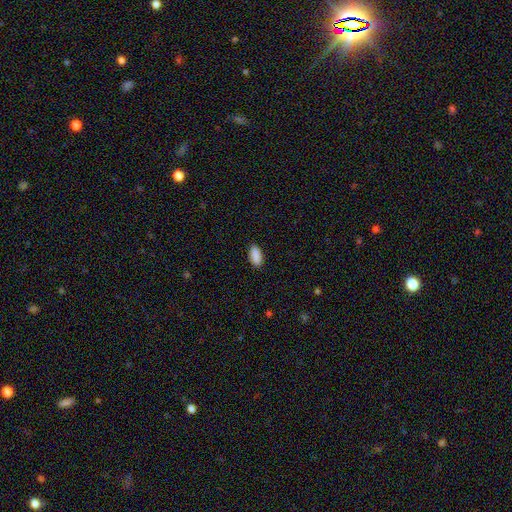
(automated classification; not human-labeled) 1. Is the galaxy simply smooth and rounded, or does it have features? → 90% smooth, 7% star or artifact, 3% featured or disk.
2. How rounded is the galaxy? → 89% in between, 9% cigar-shaped, 2% round.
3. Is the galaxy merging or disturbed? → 90% none, 8% minor disturbance, 2% major disturbance, 1% merger.